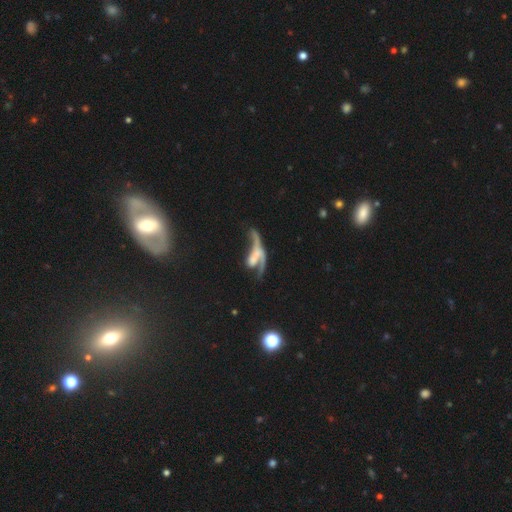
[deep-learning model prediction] This appears to be a featured or disk galaxy (58%). Merging: merger (44%).